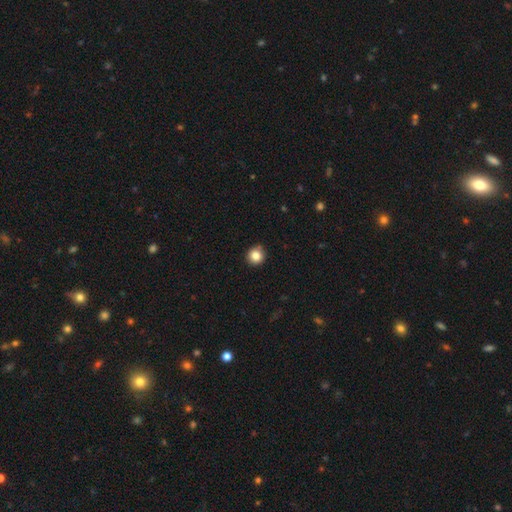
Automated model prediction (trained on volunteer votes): This is clearly a smooth galaxy (85%). How rounded: clearly round (92%). Merging: clearly none (89%).